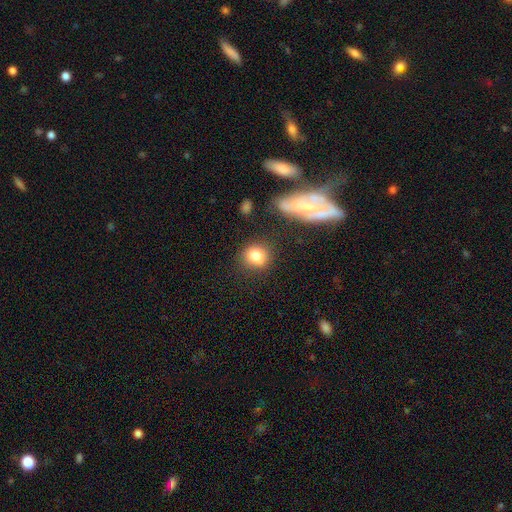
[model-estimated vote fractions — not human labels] smooth-or-featured: smooth: 83% | star or artifact: 10% | featured or disk: 8%
  how-rounded: round: 80% | in between: 19% | cigar-shaped: 2%
  merging: none: 80% | minor disturbance: 12% | merger: 4% | major disturbance: 4%